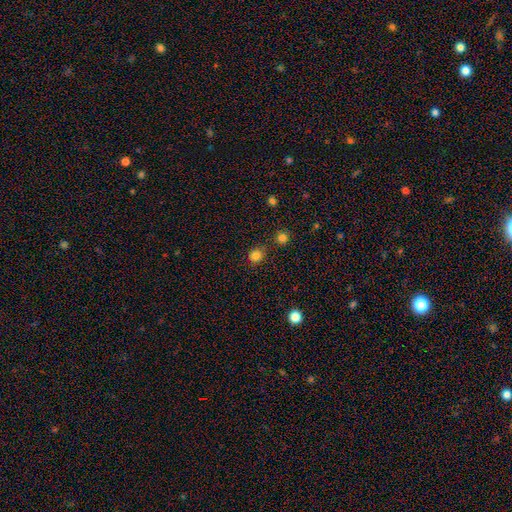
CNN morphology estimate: The model was most divided on "smooth or featured": smooth: 82%, star or artifact: 14%, featured or disk: 4%. More confident: how rounded — round (85%); merging — none (82%).